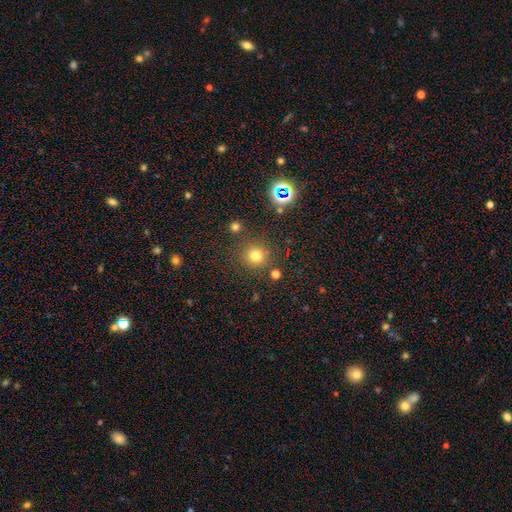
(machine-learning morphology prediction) This appears to be a smooth galaxy with no disk features (73%) that is round (93%). Merging: none (84%).